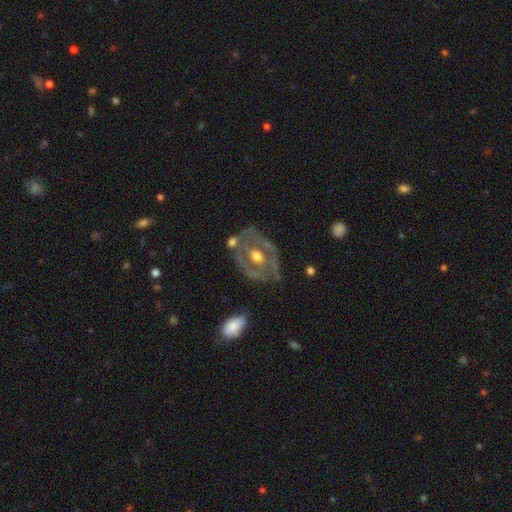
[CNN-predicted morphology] type=featured or disk (71%); edge-on=no (94%); bar=no (72%); spiral arms=no (72%); bulge=moderate (71%); merging=none (64%).